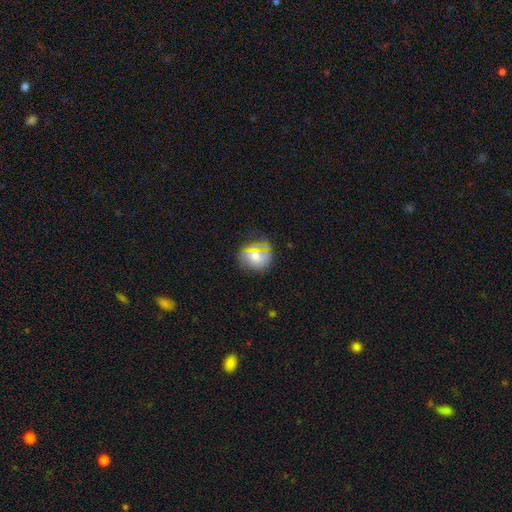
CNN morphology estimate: Smooth or featured: smooth — 62% (star or artifact — 23%)
How rounded: round — 70% (in between — 29%)
Merging: none — 75% (minor disturbance — 16%)